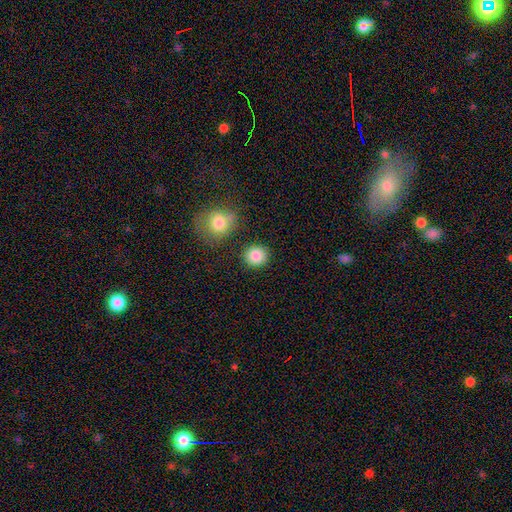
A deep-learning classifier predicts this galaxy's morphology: Q: Smooth or featured?
A: smooth (86%); runner-up: star or artifact (9%)
Q: How rounded?
A: round (88%); runner-up: in between (11%)
Q: Merging?
A: none (85%); runner-up: minor disturbance (8%)